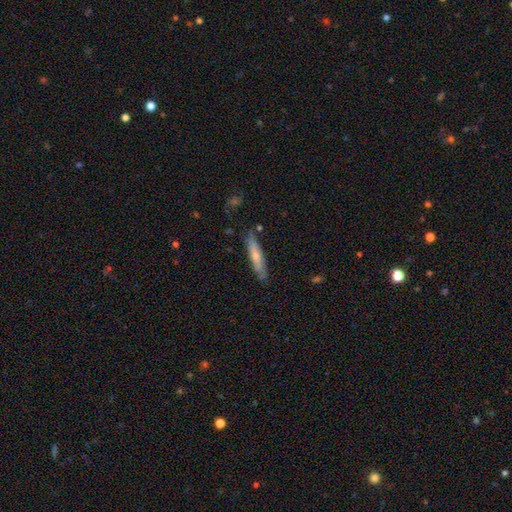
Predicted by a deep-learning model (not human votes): Morphology: type=smooth (55%); roundness=cigar-shaped (86%); merging=none (78%).